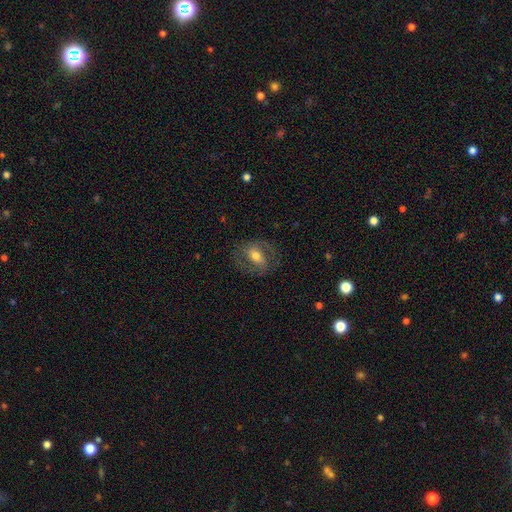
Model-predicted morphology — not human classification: This is likely a featured or disk galaxy (64%). It is clearly not viewed edge-on (95%). Bar: marginally weak (38%). Spiral arm pattern: likely yes (75%). Central bulge: likely moderate (64%). Merging: likely none (76%).